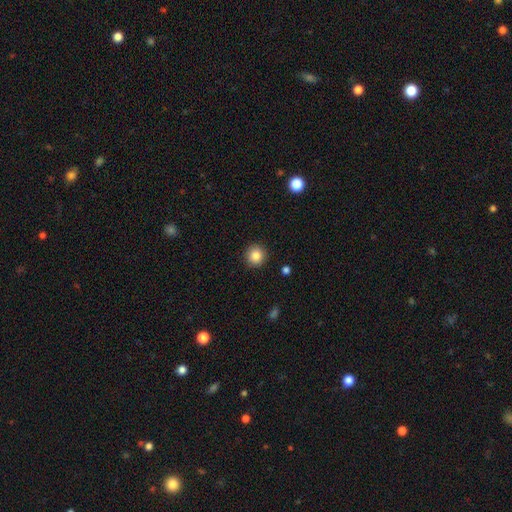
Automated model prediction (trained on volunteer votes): A smooth galaxy with no disk features (85%) that is round (94%).

Vote fractions:
- Smooth or featured? smooth: 85% / star or artifact: 10% / featured or disk: 5%
- How rounded? round: 94% / in between: 5% / cigar-shaped: 1%
- Merging? none: 91% / minor disturbance: 6% / major disturbance: 2% / merger: 1%